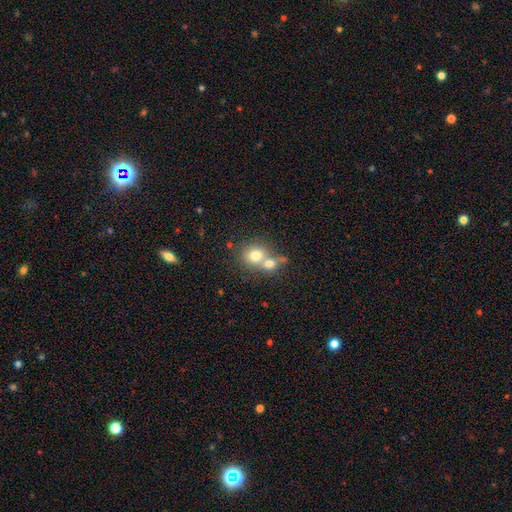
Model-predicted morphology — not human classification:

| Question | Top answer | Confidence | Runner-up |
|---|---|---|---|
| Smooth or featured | smooth | 74% | featured or disk (15%) |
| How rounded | round | 75% | in between (24%) |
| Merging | merger | 57% | none (33%) |